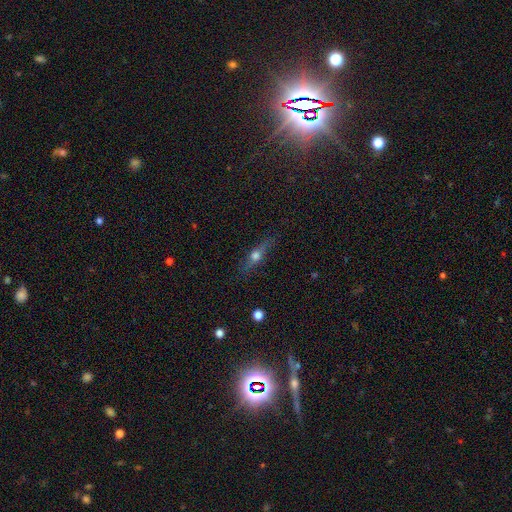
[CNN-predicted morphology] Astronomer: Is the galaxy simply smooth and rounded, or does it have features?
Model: featured or disk — 47% (runner-up: smooth, 42%).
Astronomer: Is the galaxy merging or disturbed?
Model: none — 80%.